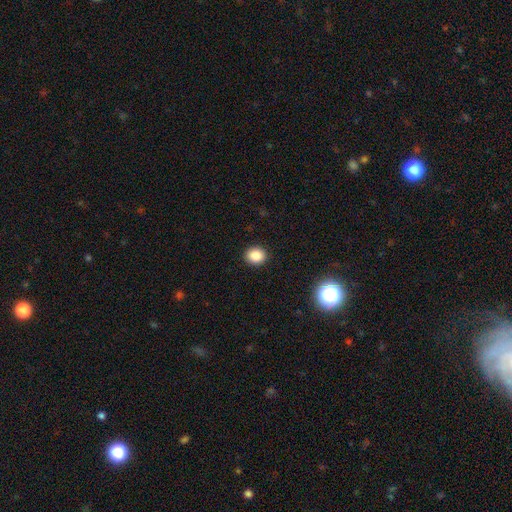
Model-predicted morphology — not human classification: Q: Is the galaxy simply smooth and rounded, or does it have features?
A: smooth — 86%.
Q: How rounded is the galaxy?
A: round — 67%.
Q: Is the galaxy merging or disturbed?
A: none — 91%.